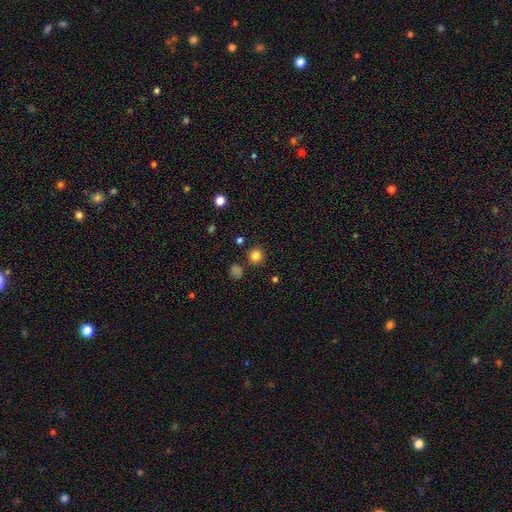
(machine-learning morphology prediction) Q: Smooth or featured?
A: smooth (82%); runner-up: star or artifact (13%)
Q: How rounded?
A: round (94%); runner-up: in between (5%)
Q: Merging?
A: none (88%); runner-up: minor disturbance (6%)